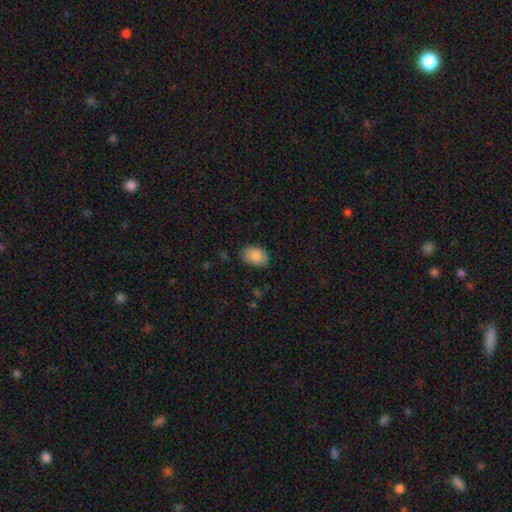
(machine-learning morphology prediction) Overall: smooth (88%). How rounded: in between (84%). Merging: none (84%).